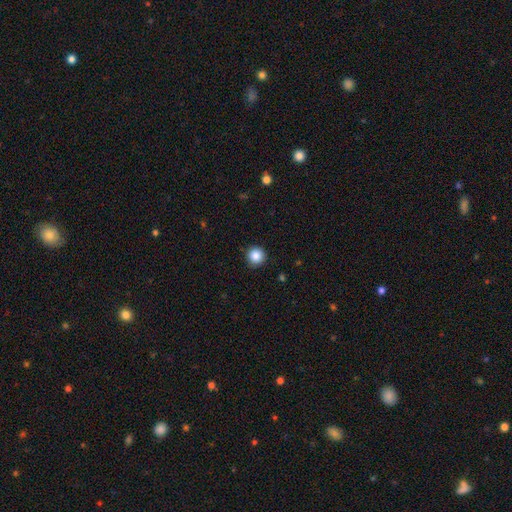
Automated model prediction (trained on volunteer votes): A smooth galaxy with no disk features (86%) that is round (96%).

Vote fractions:
- Smooth or featured? smooth: 86% / star or artifact: 10% / featured or disk: 4%
- How rounded? round: 96% / in between: 3% / cigar-shaped: 1%
- Merging? none: 91% / minor disturbance: 6% / major disturbance: 2% / merger: 1%